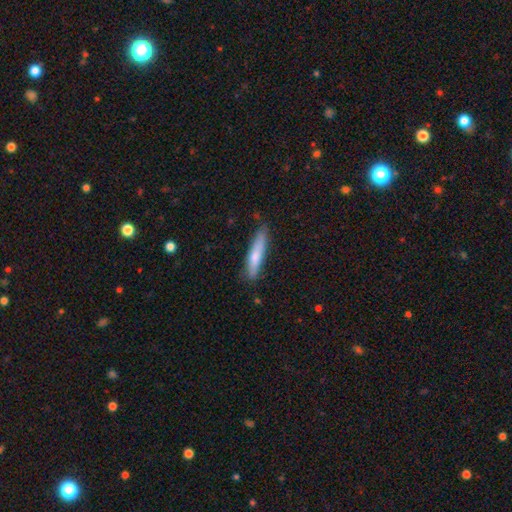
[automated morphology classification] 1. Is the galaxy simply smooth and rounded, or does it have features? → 70% smooth, 25% featured or disk, 6% star or artifact.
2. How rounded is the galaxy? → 86% cigar-shaped, 13% in between, 1% round.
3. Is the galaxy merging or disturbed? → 77% none, 18% minor disturbance, 3% major disturbance, 2% merger.